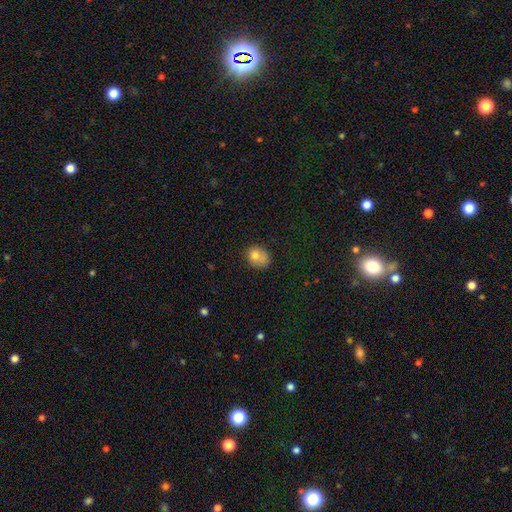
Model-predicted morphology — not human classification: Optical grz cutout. It shows a smooth galaxy with no disk features (76%) that is round (56%). Merging: none (52%).